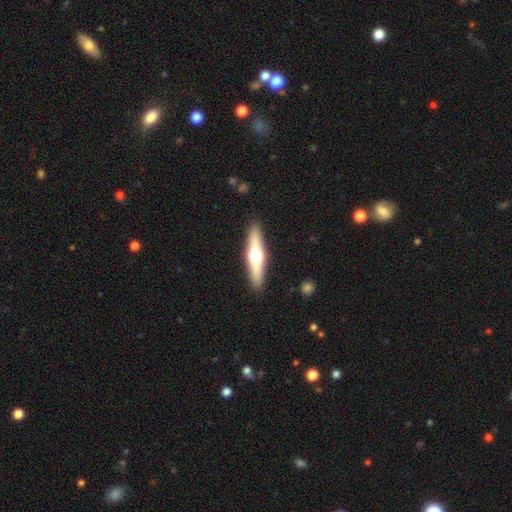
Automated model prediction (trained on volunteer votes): Smooth or featured? featured or disk (60%)
Edge-on disk? yes (95%)
Edge-on bulge? rounded (95%)
Merging? none (91%)